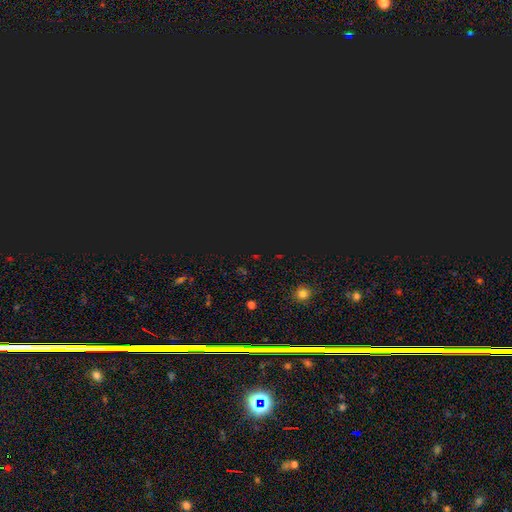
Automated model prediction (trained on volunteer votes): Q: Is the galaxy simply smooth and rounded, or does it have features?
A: star or artifact — 73%.